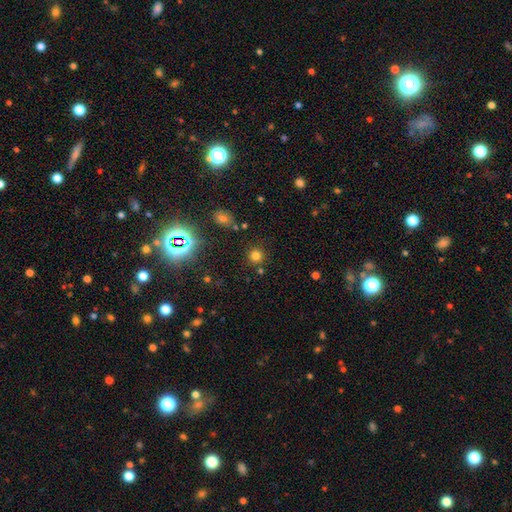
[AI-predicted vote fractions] Smooth or featured? Predicted: smooth (p=0.74). How rounded? Predicted: round (p=0.94). Merging? Predicted: none (p=0.83).